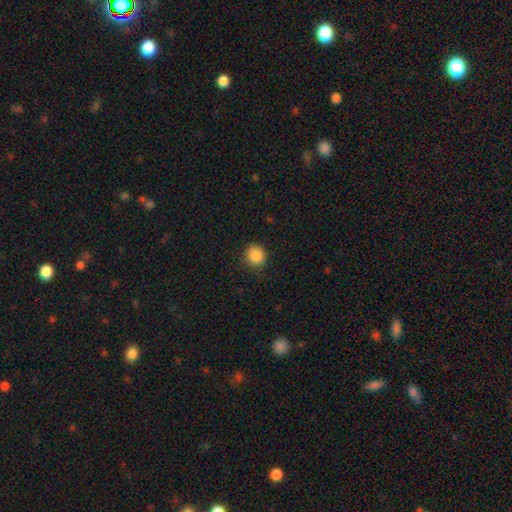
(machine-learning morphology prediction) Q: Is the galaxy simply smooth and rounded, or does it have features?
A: smooth — 87%.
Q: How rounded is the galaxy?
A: round — 84%.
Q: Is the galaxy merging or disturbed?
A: none — 85%.